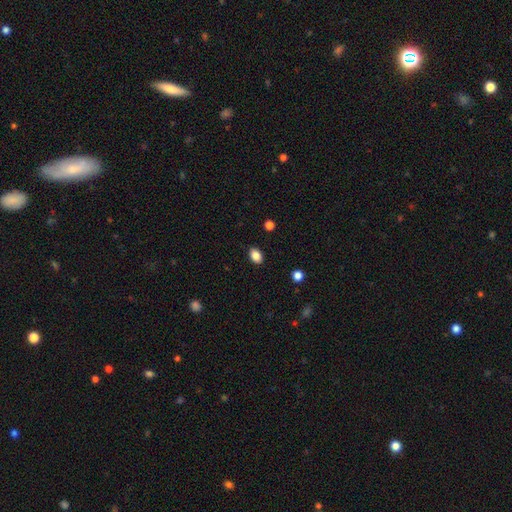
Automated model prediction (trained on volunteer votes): smooth-or-featured: smooth: 87% | star or artifact: 9% | featured or disk: 4%
  how-rounded: in between: 81% | round: 18% | cigar-shaped: 1%
  merging: none: 88% | minor disturbance: 9% | major disturbance: 2% | merger: 1%